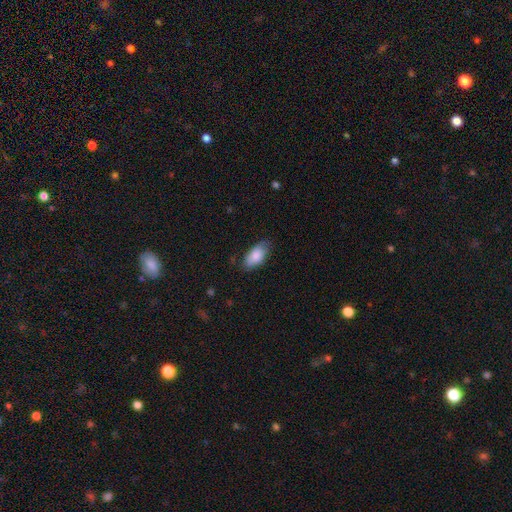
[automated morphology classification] Smooth or featured? smooth (83%)
How rounded? in between (93%)
Merging? none (74%)